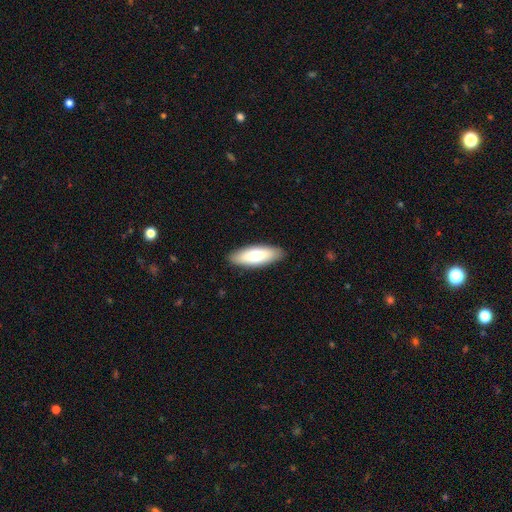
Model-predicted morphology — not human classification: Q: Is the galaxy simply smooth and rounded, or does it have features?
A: smooth — 74%.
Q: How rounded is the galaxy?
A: in between — 68%.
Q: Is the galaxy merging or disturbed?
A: none — 89%.